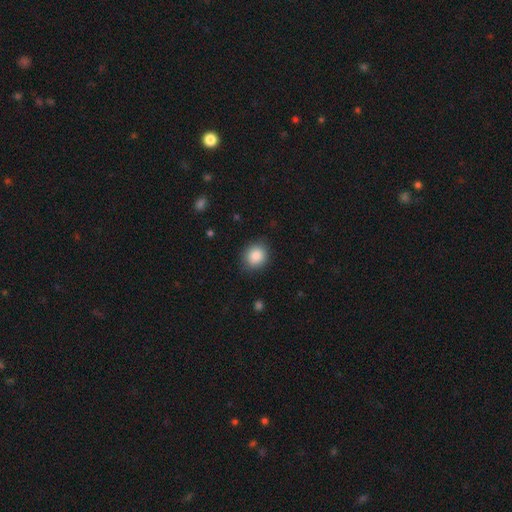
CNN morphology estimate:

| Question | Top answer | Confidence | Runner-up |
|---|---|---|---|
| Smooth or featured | smooth | 87% | star or artifact (8%) |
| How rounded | round | 72% | in between (27%) |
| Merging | none | 86% | minor disturbance (11%) |